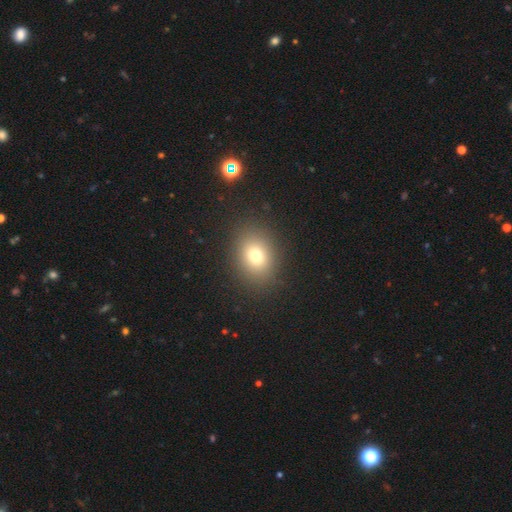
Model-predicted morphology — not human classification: Overall: smooth (75%). How rounded: round (51%; in between 48%). Merging: none (88%).